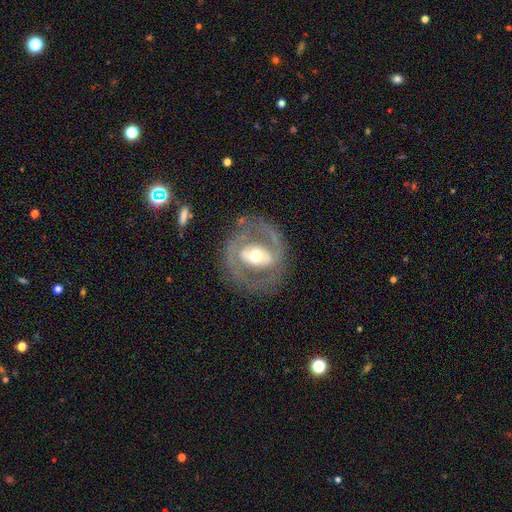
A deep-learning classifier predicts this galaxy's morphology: Smooth or featured: featured or disk — 70% (smooth — 24%)
Edge-on disk: no — 94% (yes — 6%)
Bar: no — 48% (weak — 27%)
Spiral arms: no — 65% (yes — 35%)
Bulge size: moderate — 66% (large — 20%)
Merging: none — 74% (minor disturbance — 13%)